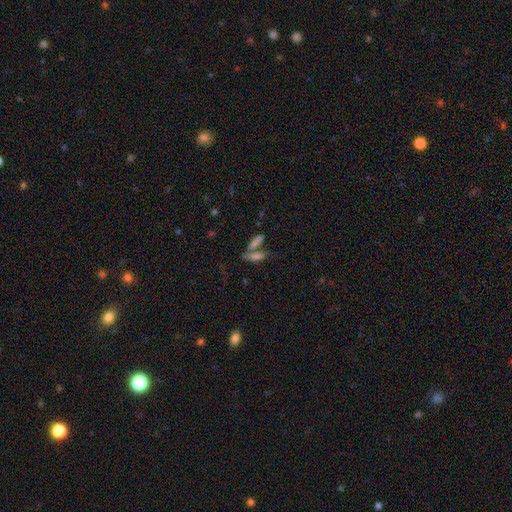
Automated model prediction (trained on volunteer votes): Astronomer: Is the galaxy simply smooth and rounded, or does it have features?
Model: smooth — 62%.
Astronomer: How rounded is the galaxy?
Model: cigar-shaped — 47%, tied with in between at 47%.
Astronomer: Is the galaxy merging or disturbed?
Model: merger — 42%, tied with none at 42%.